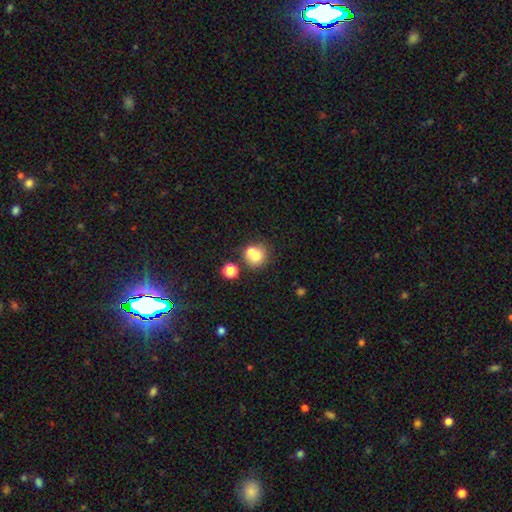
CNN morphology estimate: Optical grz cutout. It shows a smooth galaxy with no disk features (72%) that is round (83%). Merging: merger (46%).